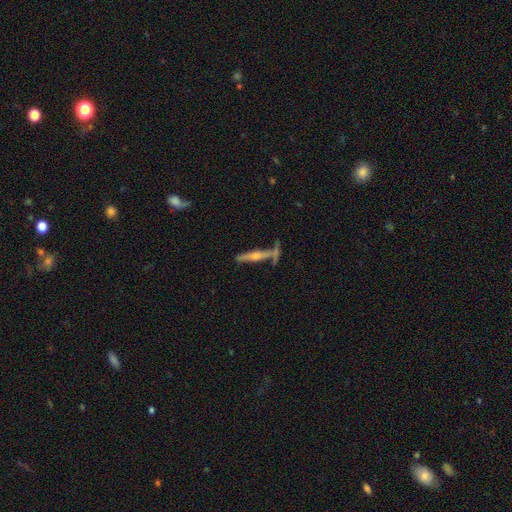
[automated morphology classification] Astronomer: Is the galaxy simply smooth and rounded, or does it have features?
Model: featured or disk — 61%.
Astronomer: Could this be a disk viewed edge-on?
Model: yes — 84%.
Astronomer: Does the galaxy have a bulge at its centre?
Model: rounded — 81%.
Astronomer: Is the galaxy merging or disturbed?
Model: none — 62%.